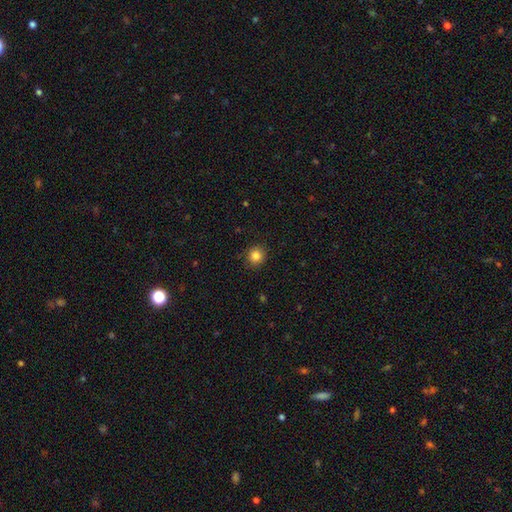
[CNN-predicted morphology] This is clearly a smooth galaxy (85%). How rounded: clearly round (89%). Merging: clearly none (90%).